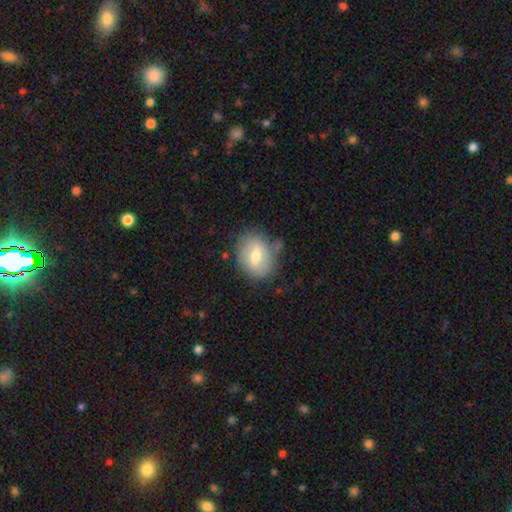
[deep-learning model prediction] Overall: smooth (58%; featured or disk 35%). How rounded: in between (56%; round 43%). Merging: none (72%).